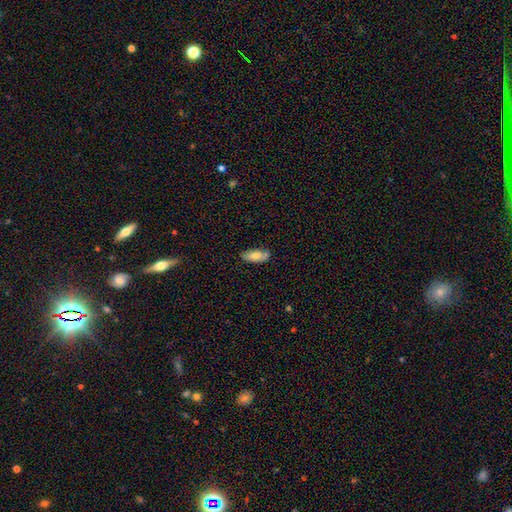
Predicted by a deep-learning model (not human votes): Overall: smooth (74%). How rounded: in between (82%). Merging: none (68%).